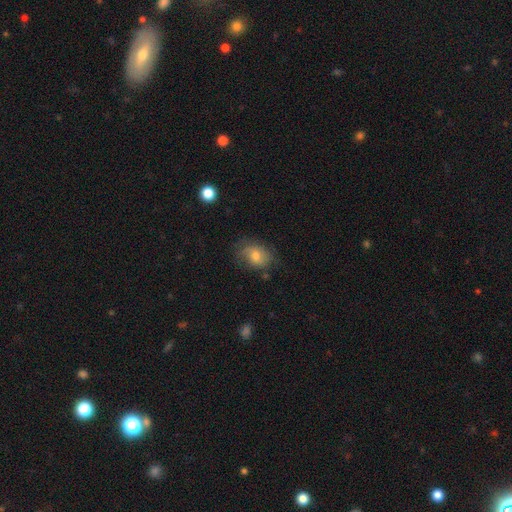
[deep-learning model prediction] Overall: smooth (62%; featured or disk 29%). How rounded: in between (65%; round 34%). Merging: none (61%; minor disturbance 26%).